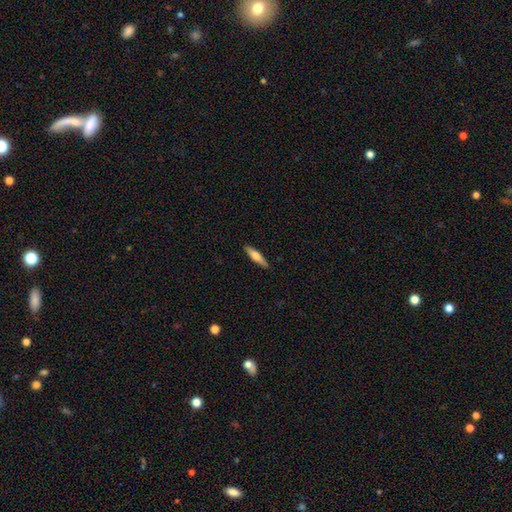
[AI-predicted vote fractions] smooth-or-featured: smooth: 55% | featured or disk: 40% | star or artifact: 5%
  how-rounded: cigar-shaped: 80% | in between: 19% | round: 2%
  merging: none: 90% | minor disturbance: 8% | major disturbance: 2% | merger: 1%